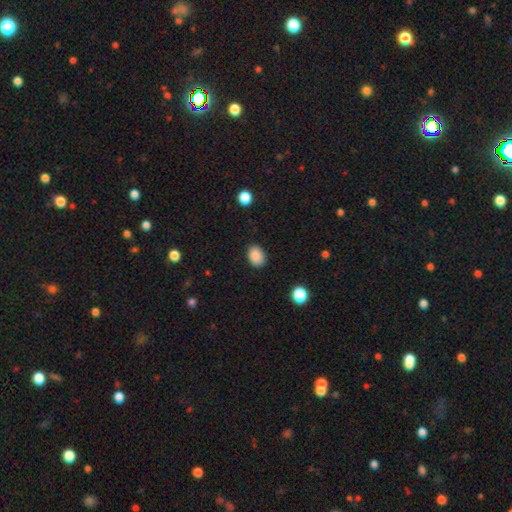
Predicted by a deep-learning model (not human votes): Smooth or featured? smooth (88%)
How rounded? in between (71%)
Merging? none (86%)